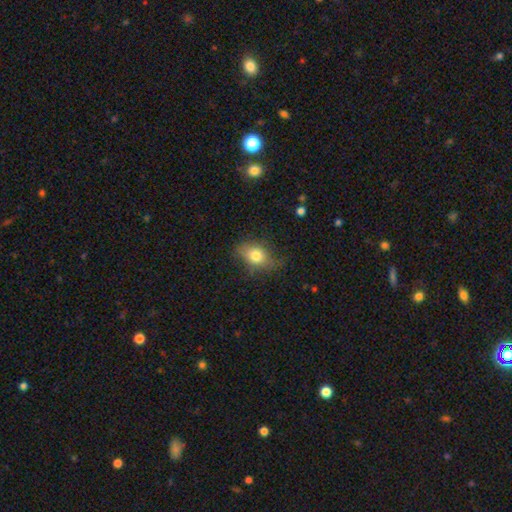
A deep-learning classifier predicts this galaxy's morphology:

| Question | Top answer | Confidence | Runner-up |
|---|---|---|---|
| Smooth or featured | smooth | 75% | featured or disk (16%) |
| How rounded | in between | 72% | round (25%) |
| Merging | none | 60% | minor disturbance (28%) |